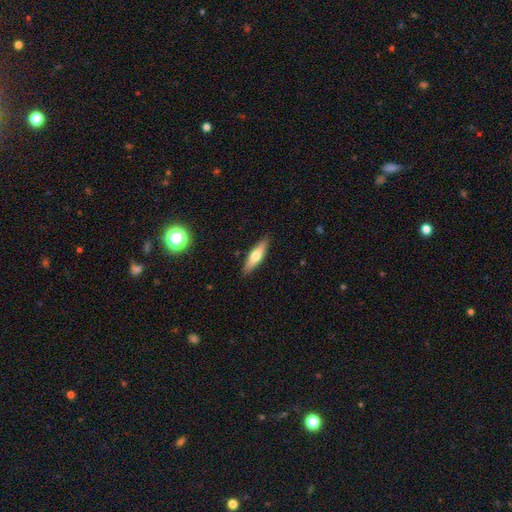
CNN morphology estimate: smooth-or-featured: smooth: 60% | featured or disk: 34% | star or artifact: 6%
  how-rounded: cigar-shaped: 62% | in between: 36% | round: 2%
  merging: none: 89% | minor disturbance: 9% | major disturbance: 2% | merger: 1%